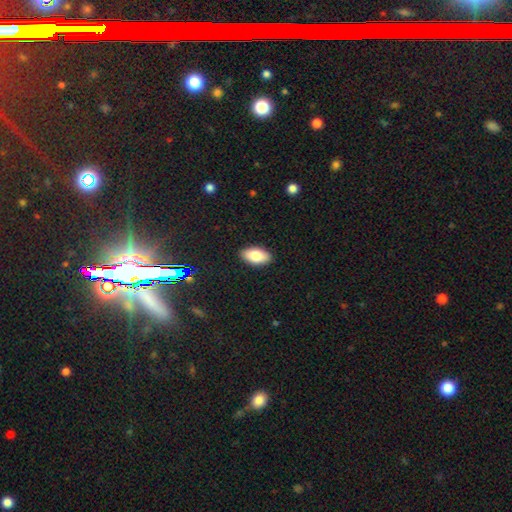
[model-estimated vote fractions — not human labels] This appears to be a smooth galaxy with no disk features (82%) that is in between round and cigar-shaped (94%). Merging: none (90%).